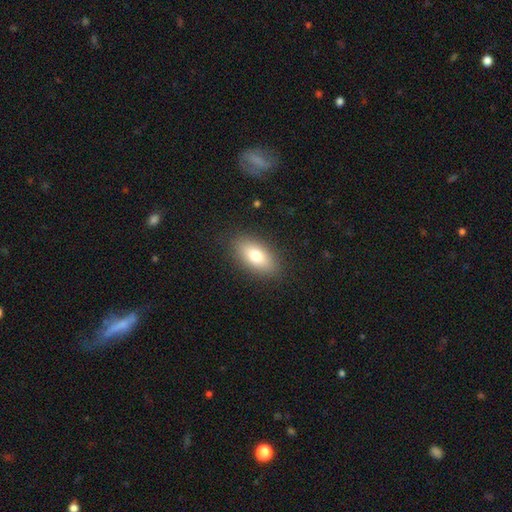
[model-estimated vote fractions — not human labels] Q: Smooth or featured?
A: smooth (77%); runner-up: featured or disk (15%)
Q: How rounded?
A: in between (88%); runner-up: cigar-shaped (7%)
Q: Merging?
A: none (87%); runner-up: minor disturbance (9%)